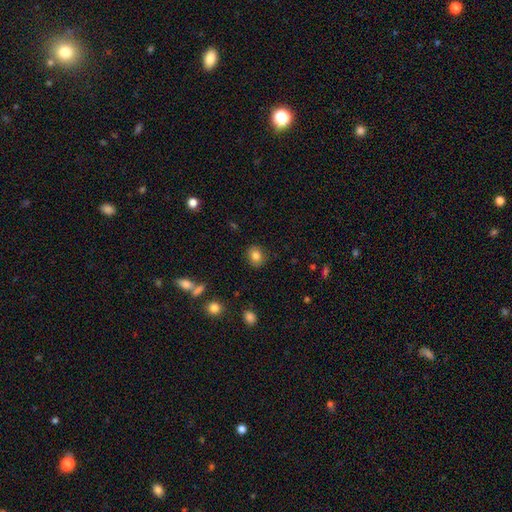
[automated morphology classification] Smooth or featured: smooth — 82% (star or artifact — 10%)
How rounded: round — 70% (in between — 29%)
Merging: none — 88% (minor disturbance — 8%)